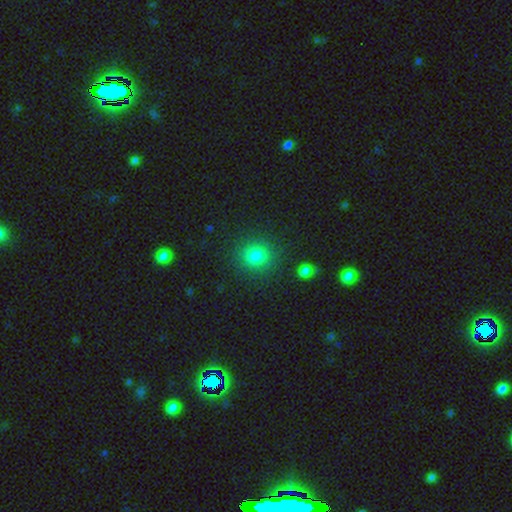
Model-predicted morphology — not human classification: This appears to be a smooth galaxy with no disk features (80%) that is round (86%). Merging: none (87%).